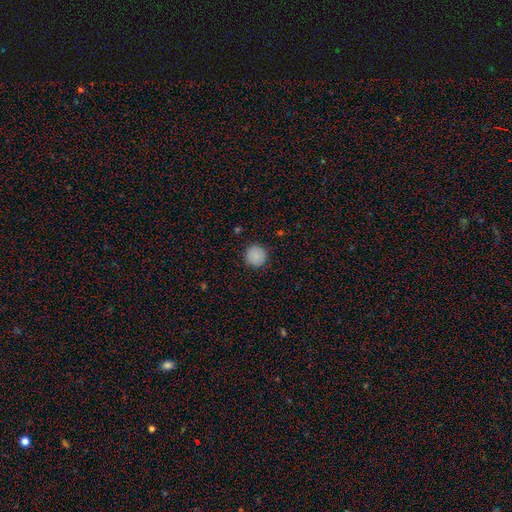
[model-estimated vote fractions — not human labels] smooth 88%, star or artifact 8%, featured or disk 4%. Down the decision tree: how rounded — round (95%); merging — none (90%).